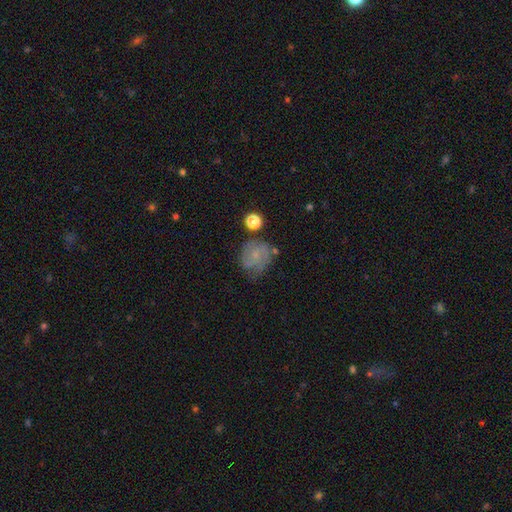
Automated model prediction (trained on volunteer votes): Q: Smooth or featured?
A: smooth (46%); runner-up: featured or disk (43%)
Q: Merging?
A: none (52%); runner-up: minor disturbance (28%)